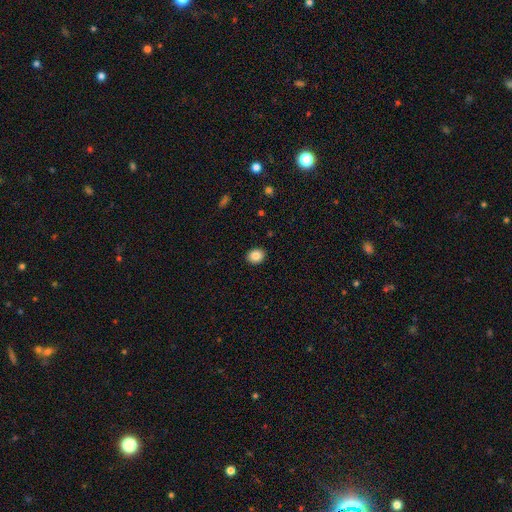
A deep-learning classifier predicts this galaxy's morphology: A smooth galaxy with no disk features (86%) that is round (69%).

Vote fractions:
- Smooth or featured? smooth: 86% / star or artifact: 9% / featured or disk: 5%
- How rounded? round: 69% / in between: 30% / cigar-shaped: 1%
- Merging? none: 91% / minor disturbance: 6% / major disturbance: 2% / merger: 1%